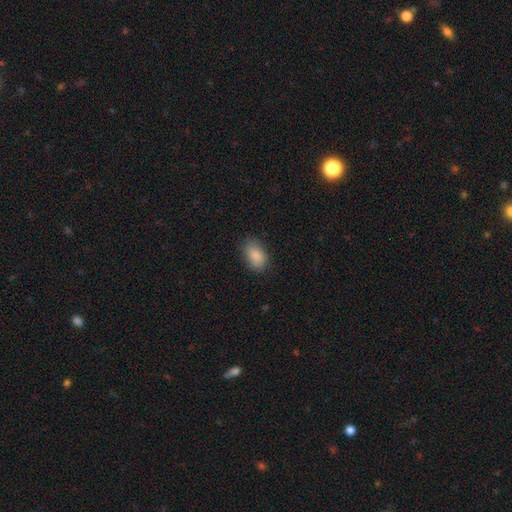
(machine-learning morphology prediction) A smooth galaxy with no disk features (87%) that is in between round and cigar-shaped (89%).

Vote fractions:
- Smooth or featured? smooth: 87% / star or artifact: 7% / featured or disk: 5%
- How rounded? in between: 89% / round: 9% / cigar-shaped: 2%
- Merging? none: 81% / minor disturbance: 15% / major disturbance: 3% / merger: 1%